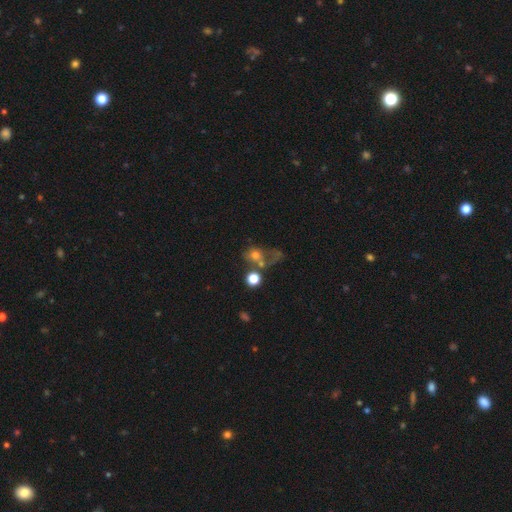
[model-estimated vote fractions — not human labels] Morphology: type=smooth (53%); roundness=round (69%); merging=merger (34%).